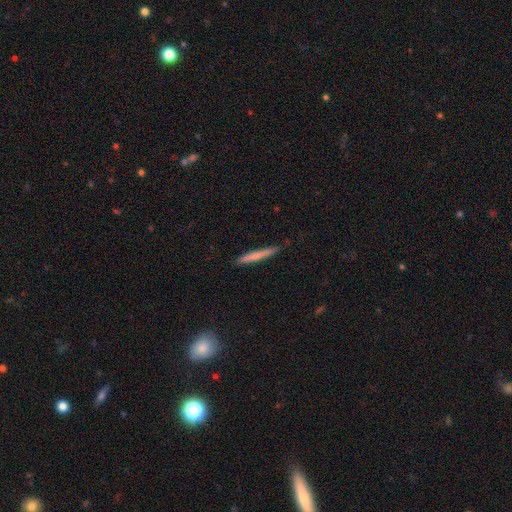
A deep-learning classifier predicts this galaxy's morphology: This appears to be a smooth galaxy with no disk features (66%) that is cigar-shaped (96%). Merging: none (88%).